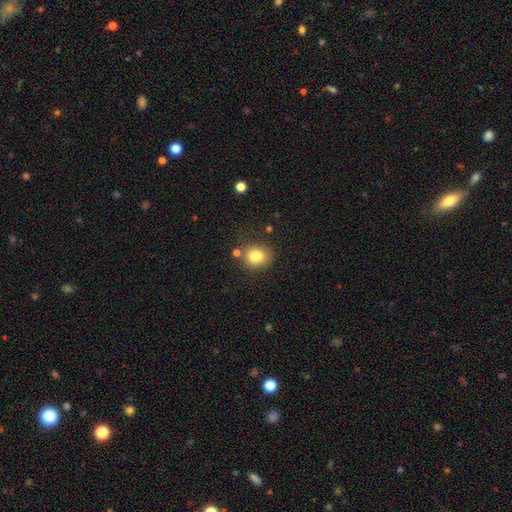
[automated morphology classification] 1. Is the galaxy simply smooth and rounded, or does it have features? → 76% smooth, 13% featured or disk, 11% star or artifact.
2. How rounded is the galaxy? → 63% round, 36% in between, 1% cigar-shaped.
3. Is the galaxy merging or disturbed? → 55% none, 22% merger, 18% minor disturbance, 6% major disturbance.